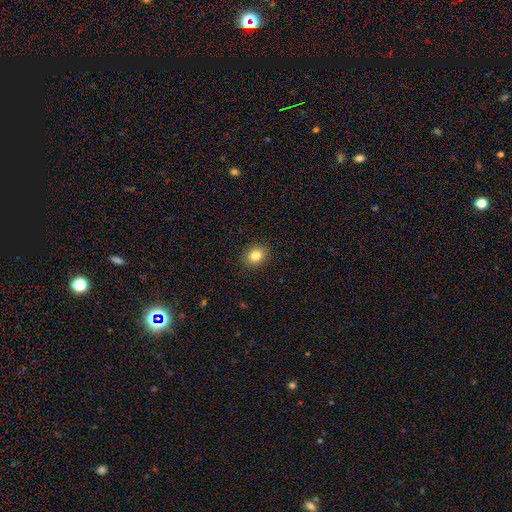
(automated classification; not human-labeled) A smooth galaxy with no disk features (82%) that is in between round and cigar-shaped (55%).

Vote fractions:
- Smooth or featured? smooth: 82% / star or artifact: 10% / featured or disk: 8%
- How rounded? in between: 55% / round: 44% / cigar-shaped: 1%
- Merging? none: 90% / minor disturbance: 7% / major disturbance: 2% / merger: 1%